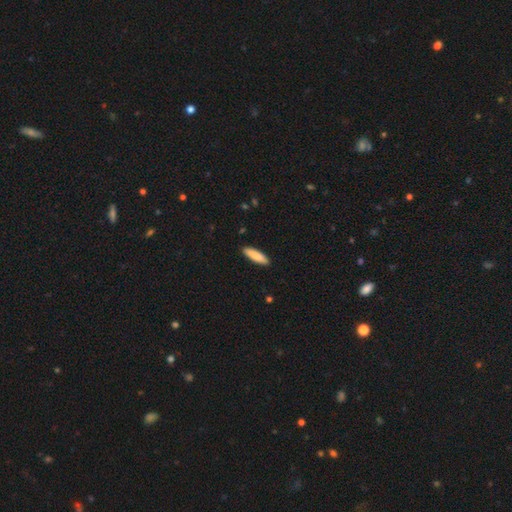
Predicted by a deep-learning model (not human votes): A smooth galaxy with no disk features (87%) that is cigar-shaped (71%).

Vote fractions:
- Smooth or featured? smooth: 87% / featured or disk: 8% / star or artifact: 5%
- How rounded? cigar-shaped: 71% / in between: 27% / round: 1%
- Merging? none: 90% / minor disturbance: 7% / major disturbance: 1% / merger: 1%